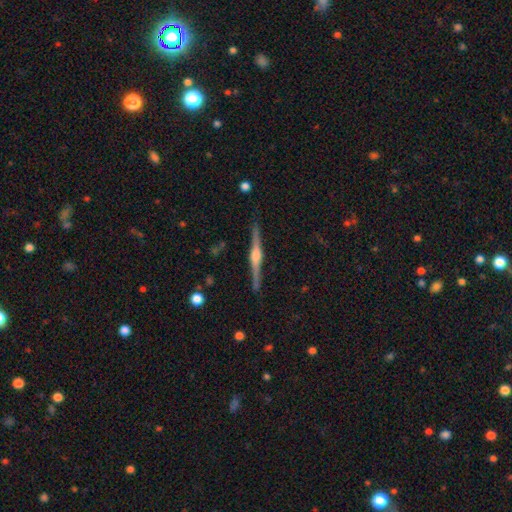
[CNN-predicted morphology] Q: Smooth or featured?
A: featured or disk (86%); runner-up: smooth (9%)
Q: Edge-on disk?
A: yes (99%); runner-up: no (1%)
Q: Edge-on bulge?
A: rounded (88%); runner-up: boxy (9%)
Q: Merging?
A: none (91%); runner-up: minor disturbance (7%)